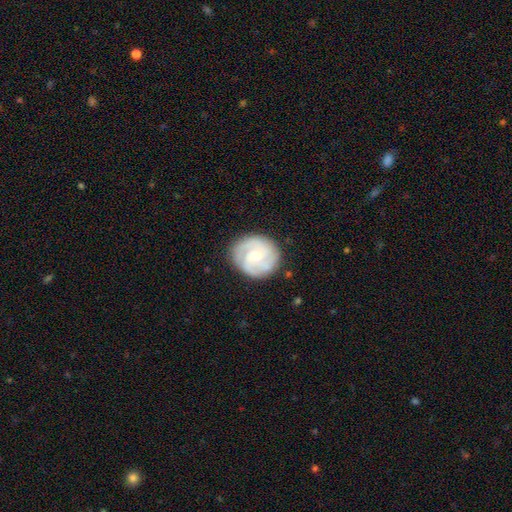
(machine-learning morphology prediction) A featured or disk galaxy (79%) with no bar (61%), 2 (36%) tight (60%) spiral arms (95%) and a small central bulge (57%).

Vote fractions:
- Smooth or featured? featured or disk: 79% / smooth: 16% / star or artifact: 5%
- Edge-on disk? no: 98% / yes: 2%
- Bar? no: 61% / weak: 33% / strong: 5%
- Spiral arms? yes: 95% / no: 5%
- Spiral winding? tight: 60% / medium: 33% / loose: 7%
- Spiral arm count? 2: 36% / 3: 35% / can't tell: 16% / 4: 5% / 1: 4% / more than 4: 4%
- Bulge size? small: 57% / moderate: 38% / none: 2% / large: 2% / dominant: 1%
- Merging? none: 82% / minor disturbance: 13% / major disturbance: 4% / merger: 1%